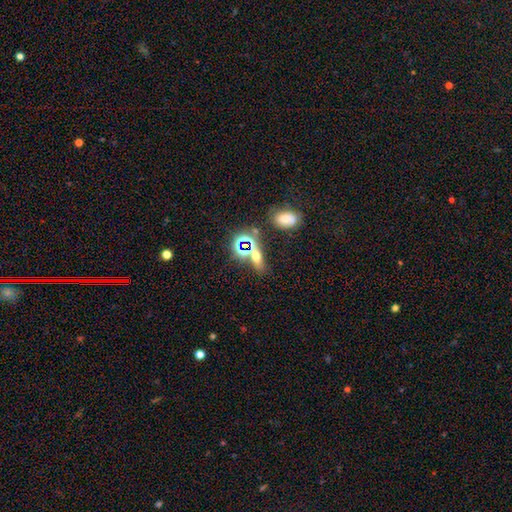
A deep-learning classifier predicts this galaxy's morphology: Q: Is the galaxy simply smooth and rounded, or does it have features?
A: smooth — 45%.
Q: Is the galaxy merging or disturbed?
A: none — 66%.